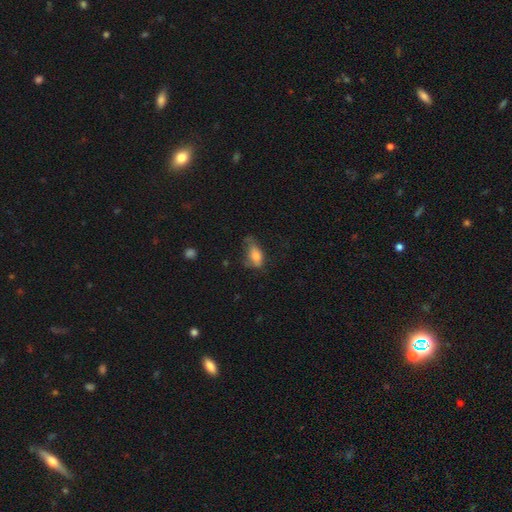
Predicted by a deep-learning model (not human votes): Smooth or featured? Predicted: smooth (p=0.75). How rounded? Predicted: in between (p=0.84). Merging? Predicted: none (p=0.40).